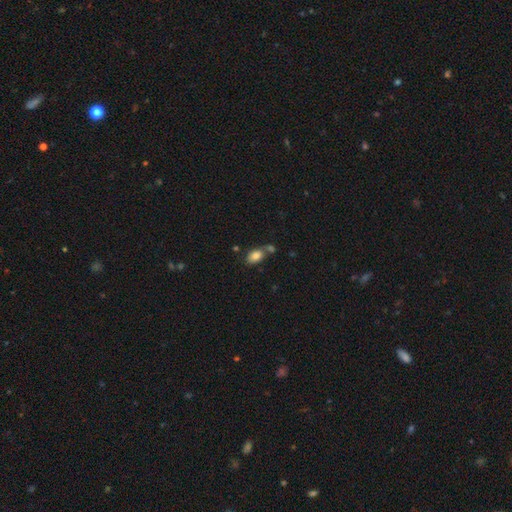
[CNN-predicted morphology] A smooth galaxy with no disk features (82%) that is in between round and cigar-shaped (87%).

Vote fractions:
- Smooth or featured? smooth: 82% / featured or disk: 10% / star or artifact: 8%
- How rounded? in between: 87% / round: 11% / cigar-shaped: 2%
- Merging? none: 53% / merger: 27% / minor disturbance: 15% / major disturbance: 5%